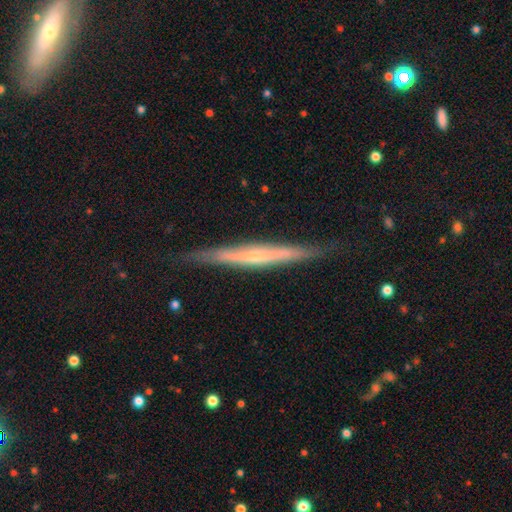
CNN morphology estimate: featured or disk 71%, smooth 21%, star or artifact 7%. Down the decision tree: edge-on disk — yes (96%); edge-on bulge — none (47%, tied with rounded); merging — none (86%).